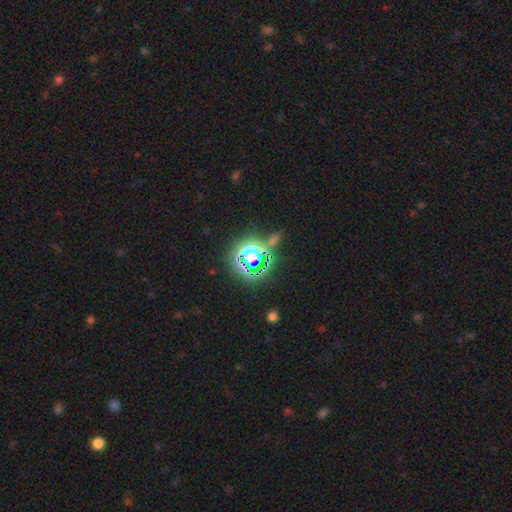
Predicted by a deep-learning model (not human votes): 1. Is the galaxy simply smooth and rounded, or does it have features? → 79% star or artifact, 14% smooth, 7% featured or disk.